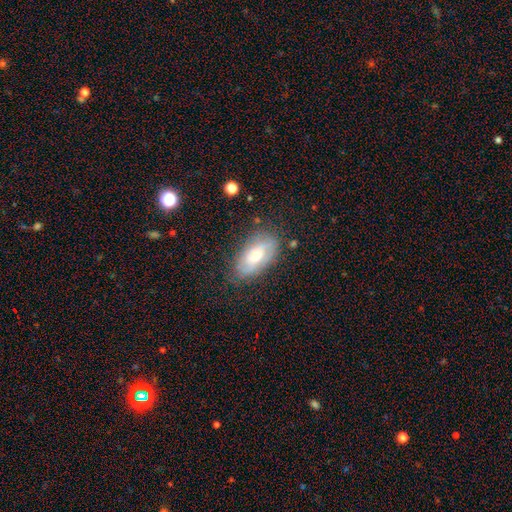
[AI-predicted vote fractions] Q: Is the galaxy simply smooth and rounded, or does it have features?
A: featured or disk — 48%.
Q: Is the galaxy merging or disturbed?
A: none — 73%.